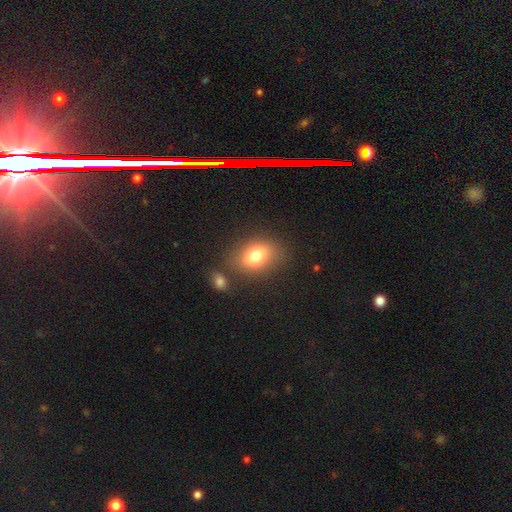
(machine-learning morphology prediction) smooth 77%, featured or disk 13%, star or artifact 10%. Down the decision tree: how rounded — in between (73%); merging — none (74%).